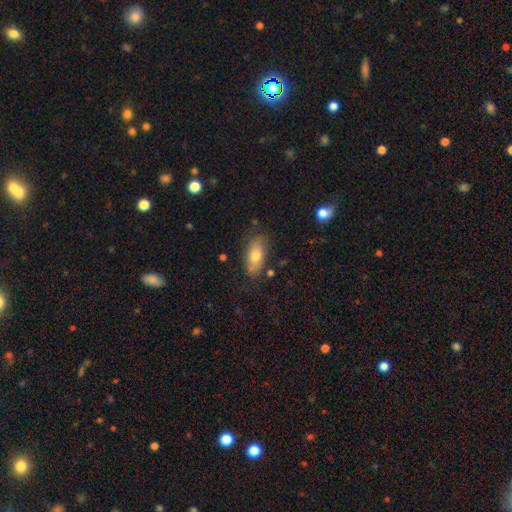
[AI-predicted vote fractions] Morphology: type=smooth (73%); roundness=in between (85%); merging=none (77%).